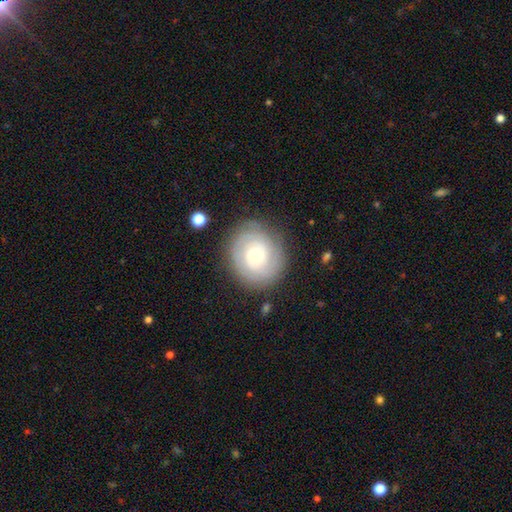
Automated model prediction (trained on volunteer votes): Overall: featured or disk (65%; smooth 28%). Edge-on disk: no (97%). Bar: no (80%). Spiral arms: yes (87%). Spiral arm count: can't tell (40%; 2 24%). Spiral winding: tight (75%). Bulge size: moderate (49%; small 44%). Merging: none (83%).